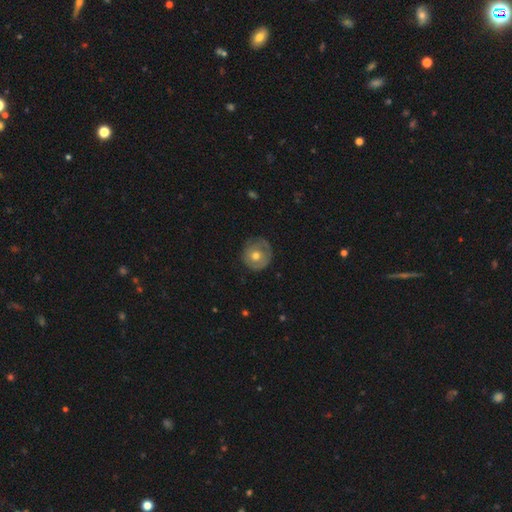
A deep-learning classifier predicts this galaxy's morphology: smooth-or-featured: smooth: 49% | featured or disk: 45% | star or artifact: 6%
  merging: none: 74% | minor disturbance: 19% | major disturbance: 6% | merger: 1%